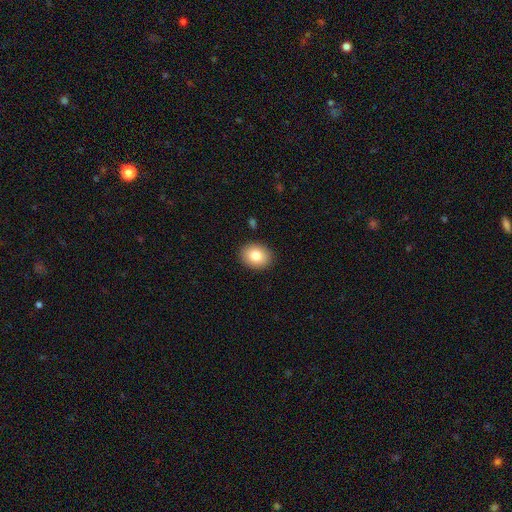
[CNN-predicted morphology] Smooth or featured? smooth (82%)
How rounded? round (51%)
Merging? none (90%)